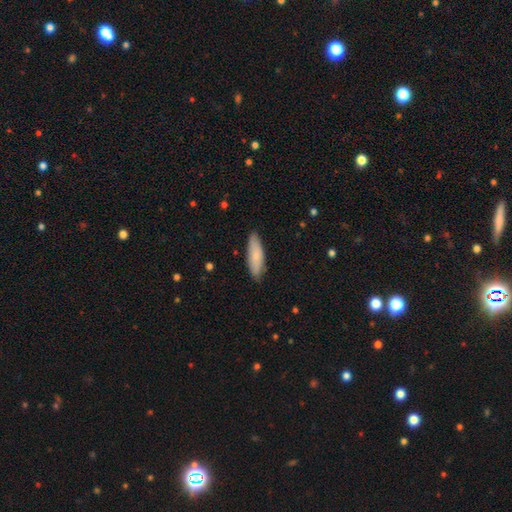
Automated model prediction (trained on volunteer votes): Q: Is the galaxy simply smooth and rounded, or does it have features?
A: smooth — 80%.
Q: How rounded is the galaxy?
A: in between — 50%.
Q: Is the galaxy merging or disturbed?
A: none — 84%.